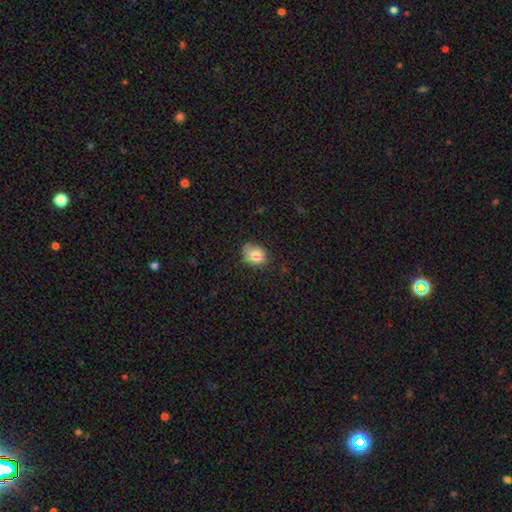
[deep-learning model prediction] Smooth or featured? smooth (81%)
How rounded? in between (54%)
Merging? none (63%)